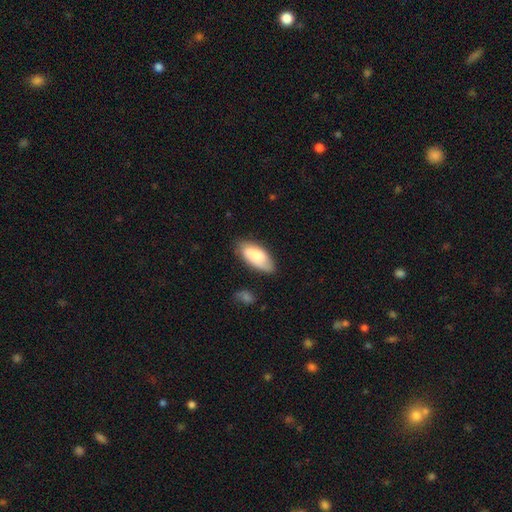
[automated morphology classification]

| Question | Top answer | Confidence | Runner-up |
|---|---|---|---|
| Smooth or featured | smooth | 74% | featured or disk (19%) |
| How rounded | in between | 87% | cigar-shaped (11%) |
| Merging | none | 73% | minor disturbance (21%) |